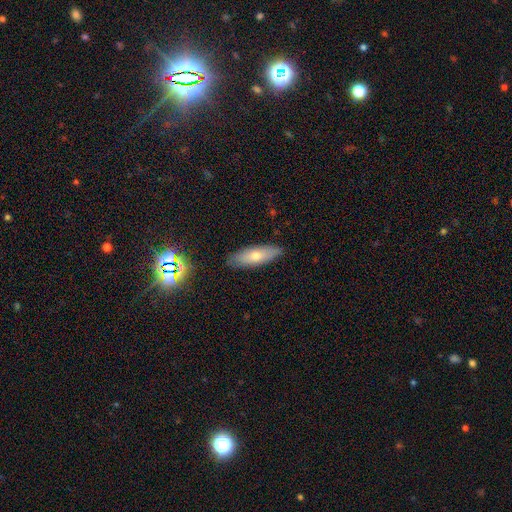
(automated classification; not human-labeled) Smooth or featured?
  - smooth: 62% *
  - featured or disk: 29%
  - star or artifact: 9%
How rounded?
  - in between: 49% *
  - cigar-shaped: 48%
  - round: 3%
Merging?
  - none: 87% *
  - minor disturbance: 10%
  - major disturbance: 2%
  - merger: 1%